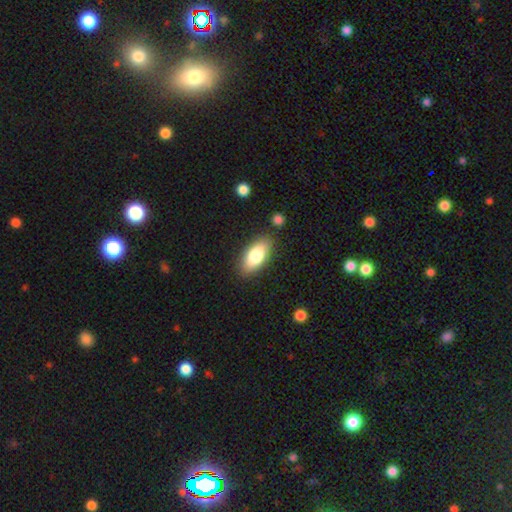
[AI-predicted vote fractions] This is likely a smooth galaxy (79%). How rounded: clearly in between (87%). Merging: clearly none (85%).